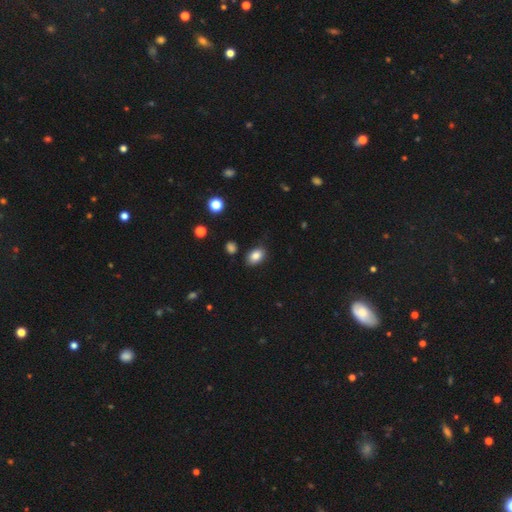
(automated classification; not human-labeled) smooth_or_featured: smooth (p=0.85) [alt: star or artifact p=0.09]
how_rounded: in between (p=0.83) [alt: round p=0.15]
merging: none (p=0.83) [alt: minor disturbance p=0.12]